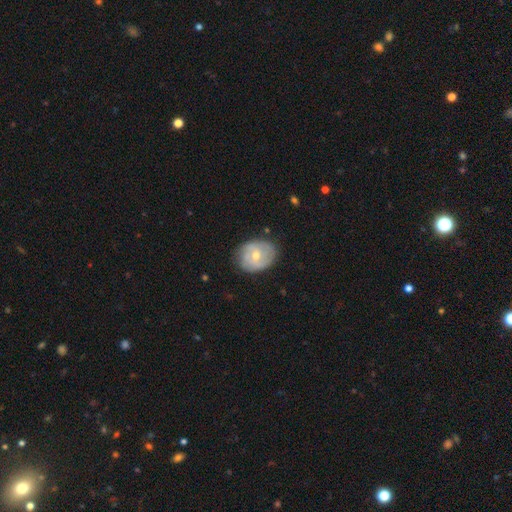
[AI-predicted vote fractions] This appears to be a featured or disk galaxy (58%) with no bar (69%), spiral arms (67%) and a moderate central bulge (62%). Merging: none (75%).